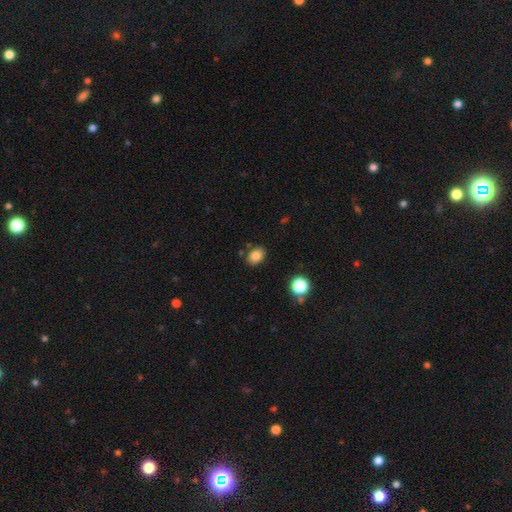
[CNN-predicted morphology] The model was most divided on "how rounded": in between: 74%, round: 25%, cigar-shaped: 1%. More confident: smooth or featured — smooth (83%); merging — none (82%).